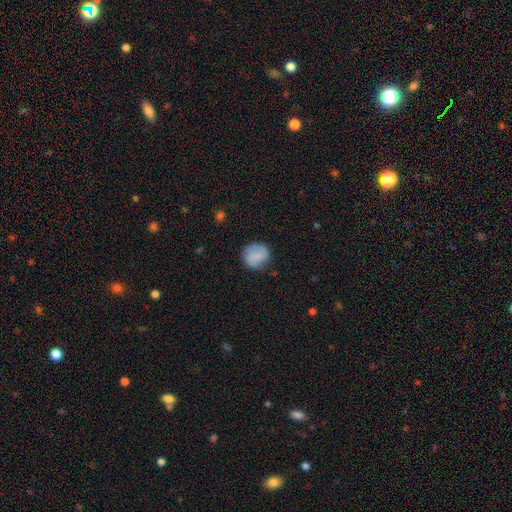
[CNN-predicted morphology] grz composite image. It shows a smooth galaxy with no disk features (71%) that is round (85%). Merging: none (76%).